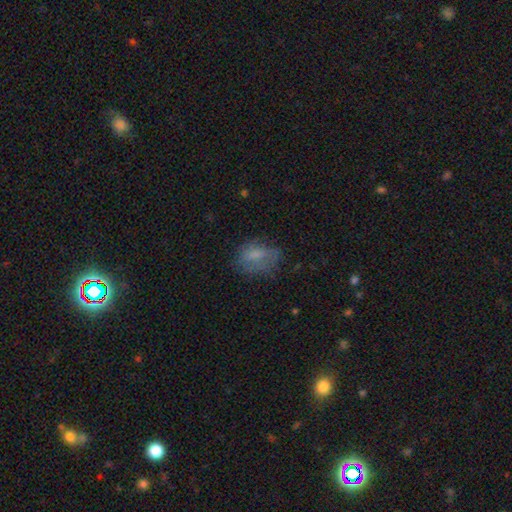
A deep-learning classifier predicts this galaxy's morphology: The model was most divided on "merging": none: 53%, minor disturbance: 27%, major disturbance: 18%, merger: 2%. More confident: how rounded — in between (76%); smooth or featured — smooth (65%).